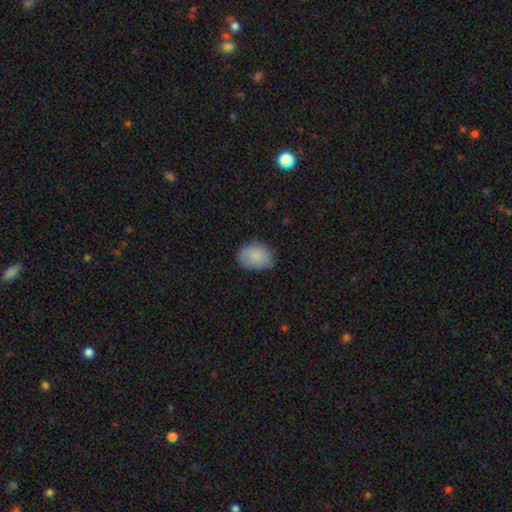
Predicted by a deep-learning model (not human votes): smooth_or_featured: smooth (p=0.86) [alt: featured or disk p=0.07]
how_rounded: in between (p=0.66) [alt: round p=0.33]
merging: none (p=0.70) [alt: minor disturbance p=0.25]